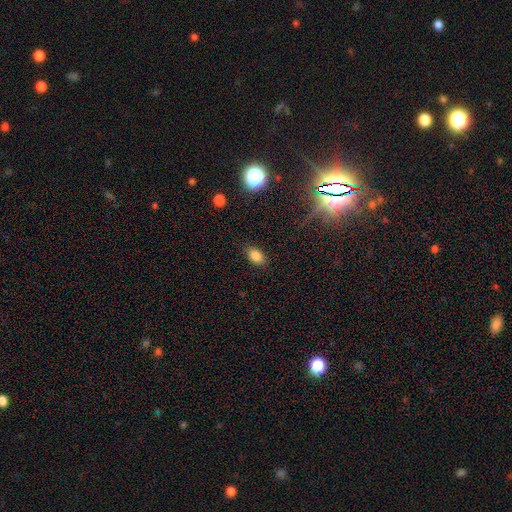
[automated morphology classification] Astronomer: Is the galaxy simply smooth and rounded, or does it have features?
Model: smooth — 83%.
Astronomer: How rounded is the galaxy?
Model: in between — 89%.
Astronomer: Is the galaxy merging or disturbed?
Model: none — 85%.